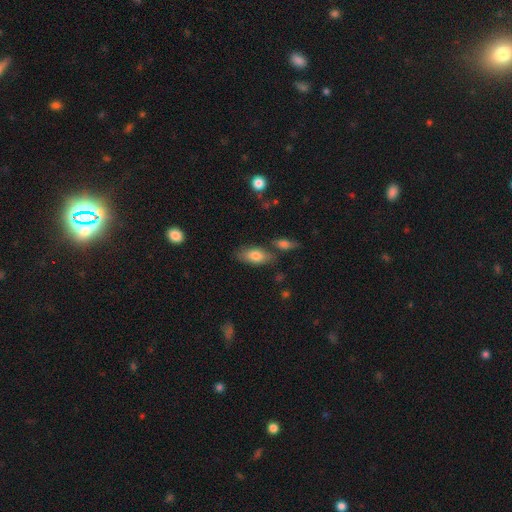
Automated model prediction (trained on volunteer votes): smooth_or_featured: smooth (p=0.77) [alt: featured or disk p=0.16]
how_rounded: in between (p=0.88) [alt: cigar-shaped p=0.09]
merging: none (p=0.70) [alt: minor disturbance p=0.15]